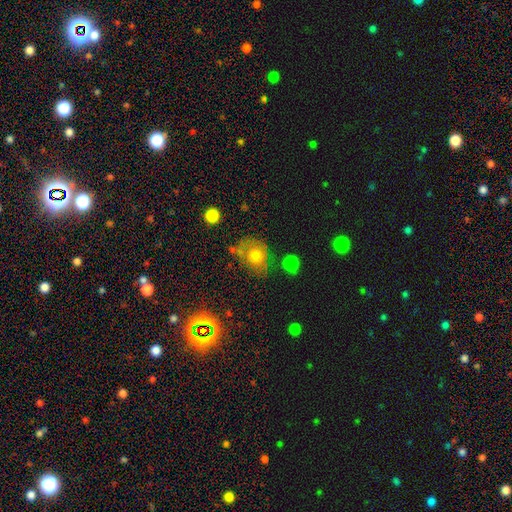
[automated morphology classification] This appears to be a smooth galaxy with no disk features (68%) that is round (61%). Merging: none (51%).